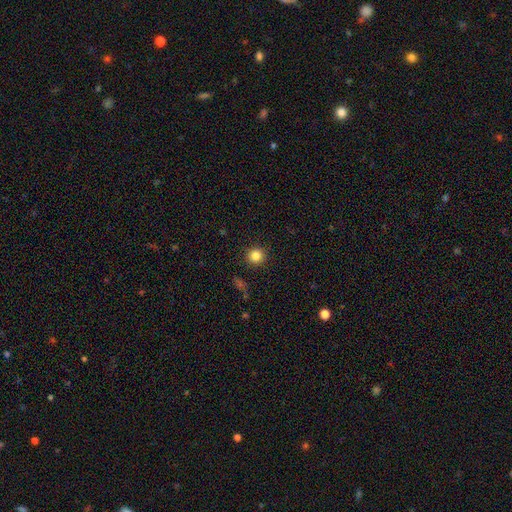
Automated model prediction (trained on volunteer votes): smooth 83%, star or artifact 11%, featured or disk 5%. Down the decision tree: how rounded — round (92%); merging — none (91%).